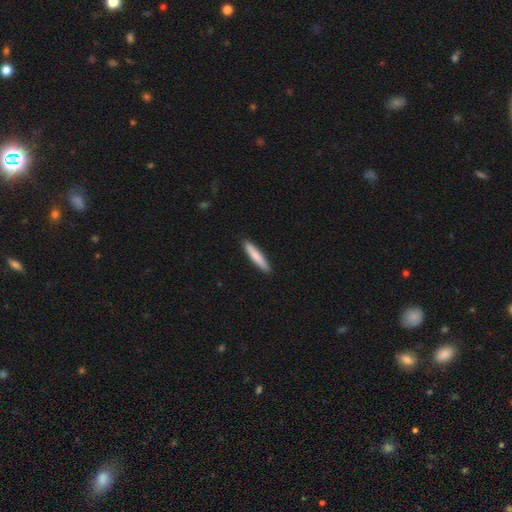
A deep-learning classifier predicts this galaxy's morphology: Smooth or featured? Predicted: smooth (p=0.81). How rounded? Predicted: cigar-shaped (p=0.91). Merging? Predicted: none (p=0.91).